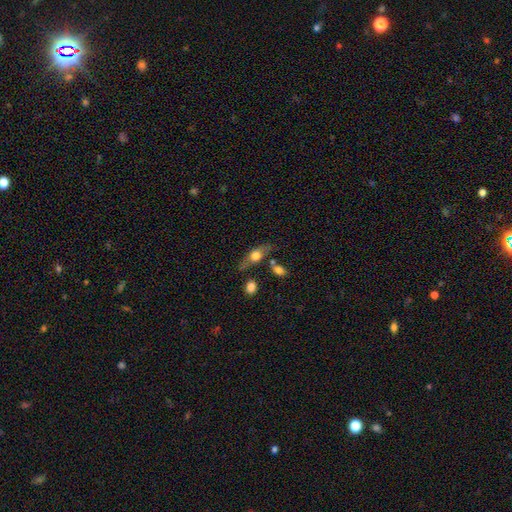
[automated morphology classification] smooth 53%, featured or disk 39%, star or artifact 8%. Down the decision tree: how rounded — in between (62%); merging — none (62%).